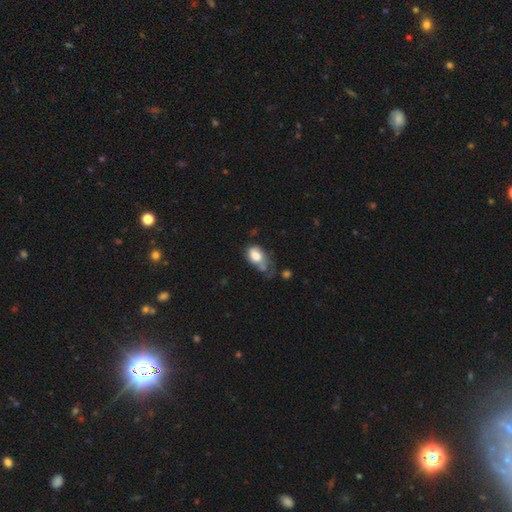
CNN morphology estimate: A smooth galaxy with no disk features (71%) that is in between round and cigar-shaped (84%). Merging: major disturbance (34%).